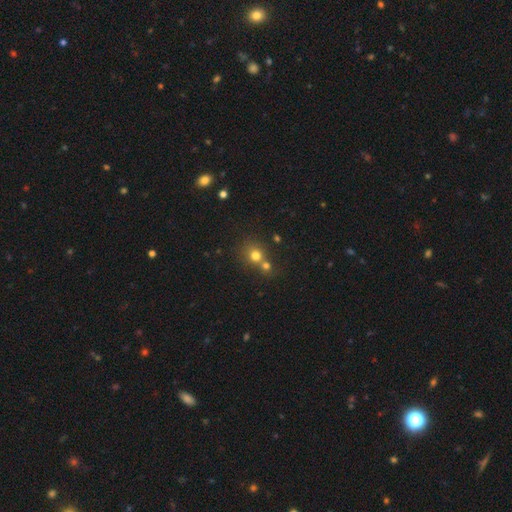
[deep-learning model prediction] Overall: smooth (74%). How rounded: round (83%). Merging: merger (46%; none 44%).